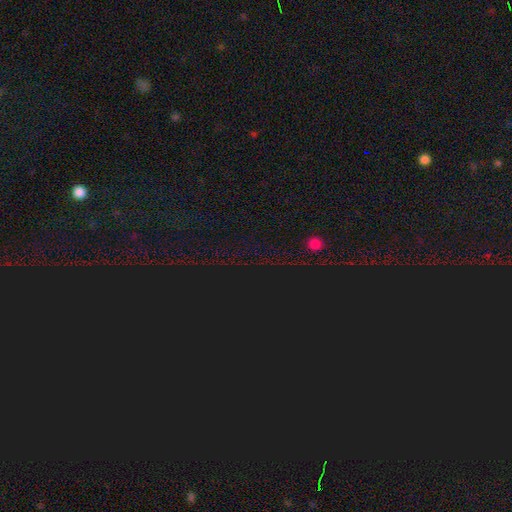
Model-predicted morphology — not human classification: Smooth or featured? star or artifact (80%)